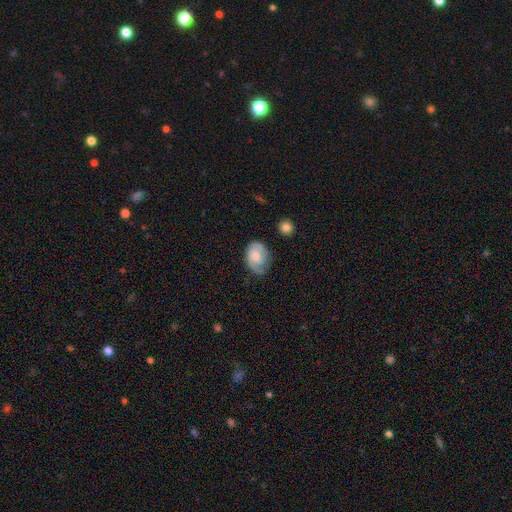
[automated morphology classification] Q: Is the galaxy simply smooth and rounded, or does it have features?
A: featured or disk — 56%.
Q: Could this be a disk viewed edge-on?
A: no — 96%.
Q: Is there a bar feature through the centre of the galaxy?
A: no — 66%.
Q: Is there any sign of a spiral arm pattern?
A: yes — 84%.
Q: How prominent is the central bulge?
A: moderate — 44%.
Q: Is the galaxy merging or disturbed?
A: none — 58%.